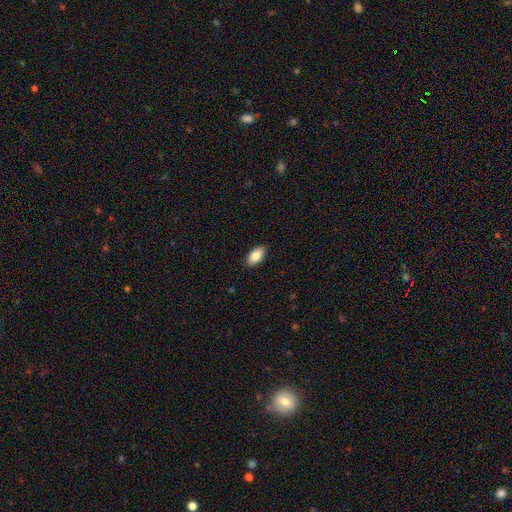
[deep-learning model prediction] A smooth galaxy with no disk features (85%) that is in between round and cigar-shaped (93%).

Vote fractions:
- Smooth or featured? smooth: 85% / featured or disk: 9% / star or artifact: 7%
- How rounded? in between: 93% / cigar-shaped: 4% / round: 3%
- Merging? none: 89% / minor disturbance: 8% / major disturbance: 2% / merger: 1%